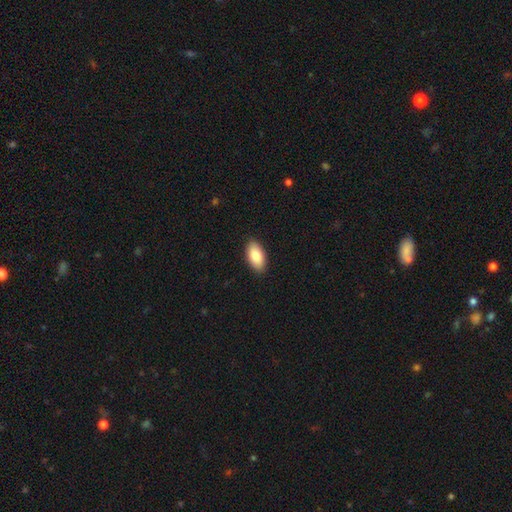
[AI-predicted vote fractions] Morphology: type=smooth (85%); roundness=in between (94%); merging=none (90%).